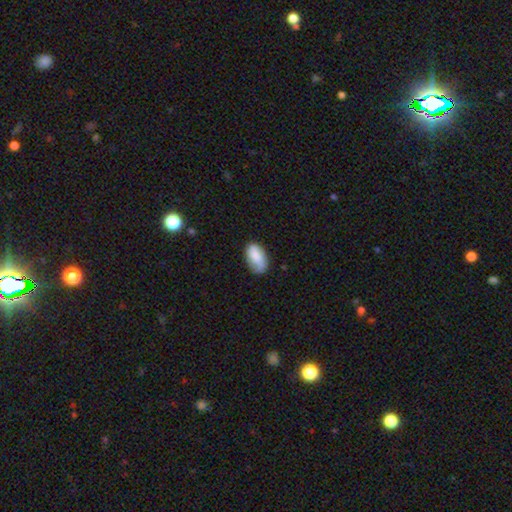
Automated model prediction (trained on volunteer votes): This is likely a smooth galaxy (77%). How rounded: clearly in between (94%). Merging: likely none (69%).